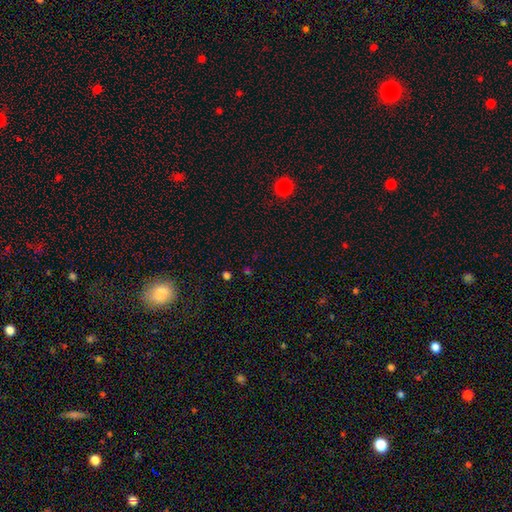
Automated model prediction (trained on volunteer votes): A star or artifact, not a galaxy (54%).